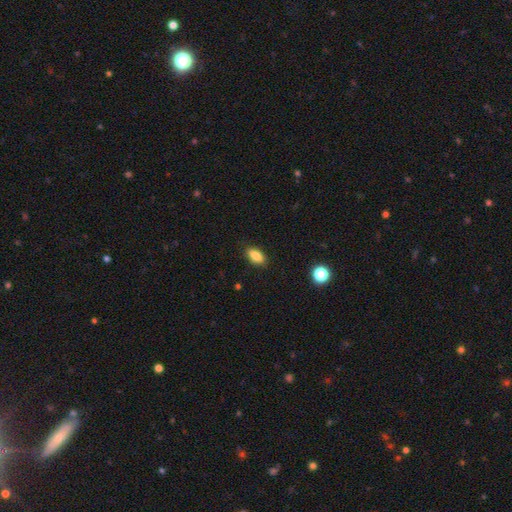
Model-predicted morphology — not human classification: type=smooth (85%); roundness=in between (88%); merging=none (86%).